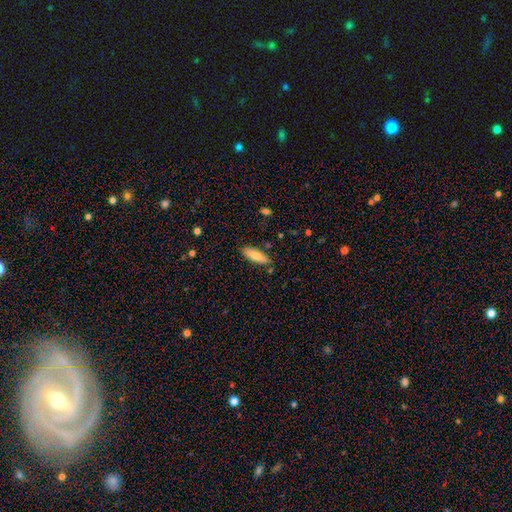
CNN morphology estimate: Overall: smooth (80%). How rounded: in between (50%; cigar-shaped 48%). Merging: none (82%).